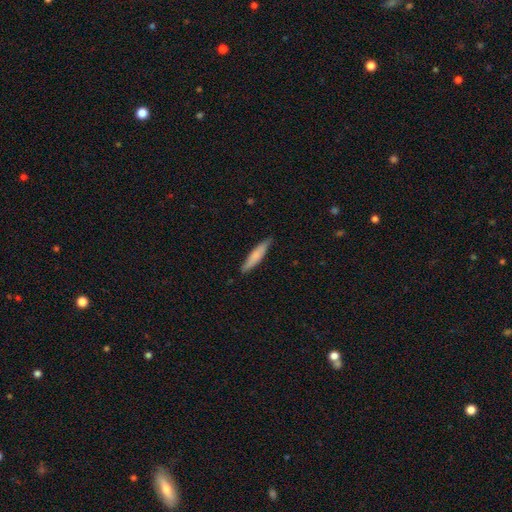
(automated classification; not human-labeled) smooth 72%, featured or disk 22%, star or artifact 5%. Down the decision tree: how rounded — cigar-shaped (87%); merging — none (85%).